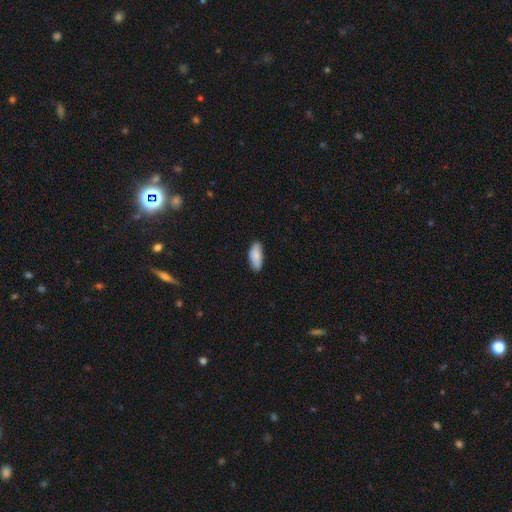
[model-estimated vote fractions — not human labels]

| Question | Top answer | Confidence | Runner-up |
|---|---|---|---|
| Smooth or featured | smooth | 86% | featured or disk (8%) |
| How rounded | in between | 83% | cigar-shaped (15%) |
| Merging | none | 83% | minor disturbance (14%) |